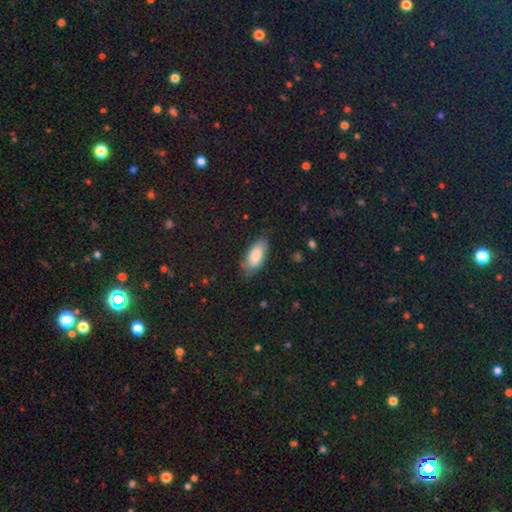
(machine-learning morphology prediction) Overall: smooth (81%). How rounded: in between (87%). Merging: none (72%).